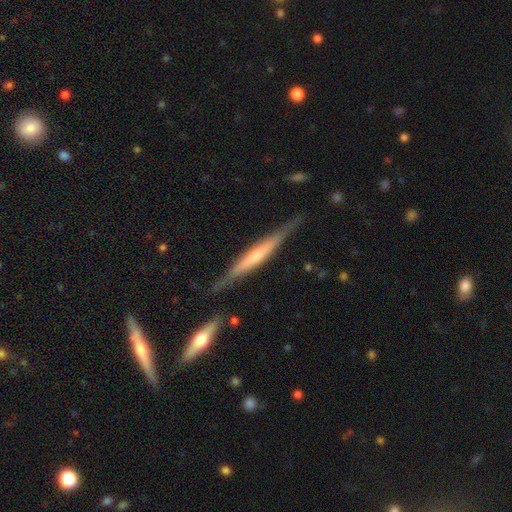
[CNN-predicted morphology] This appears to be a featured or disk galaxy (63%) viewed edge-on (96%) with a rounded central bulge (51%). Merging: none (79%).